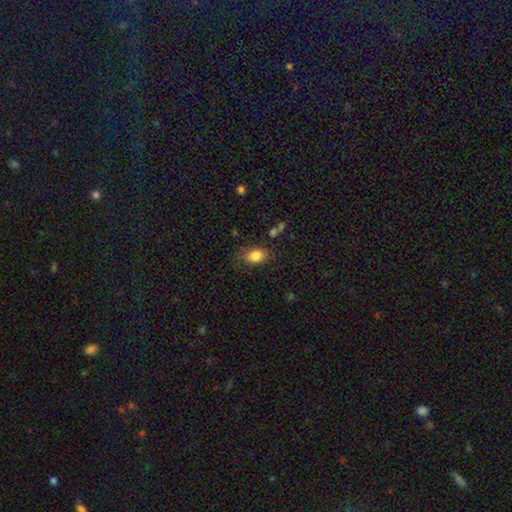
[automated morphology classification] Smooth or featured? Predicted: smooth (p=0.83). How rounded? Predicted: in between (p=0.82). Merging? Predicted: none (p=0.70).